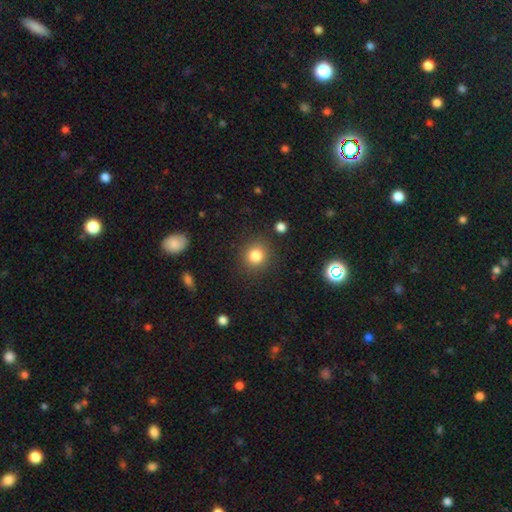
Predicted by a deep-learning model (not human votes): Smooth or featured? smooth (82%)
How rounded? round (89%)
Merging? none (88%)